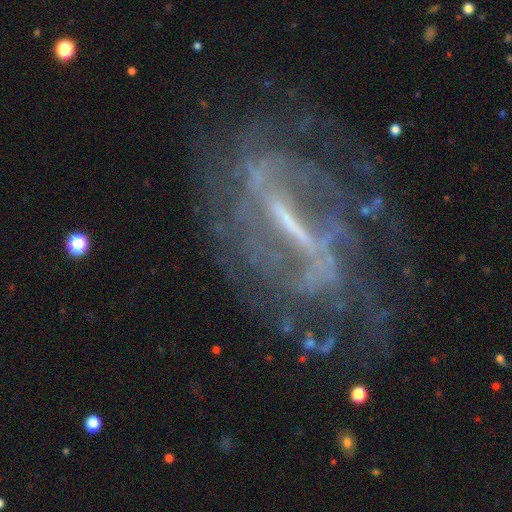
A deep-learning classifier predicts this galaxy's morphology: The model was most divided on "spiral winding": tight: 46%, medium: 35%, loose: 18%. Remaining: edge-on disk — no (91%); smooth or featured — featured or disk (86%); spiral arms — yes (80%); bar — strong (69%); merging — none (61%); spiral arm count — can't tell (47%); bulge size — small (47%).